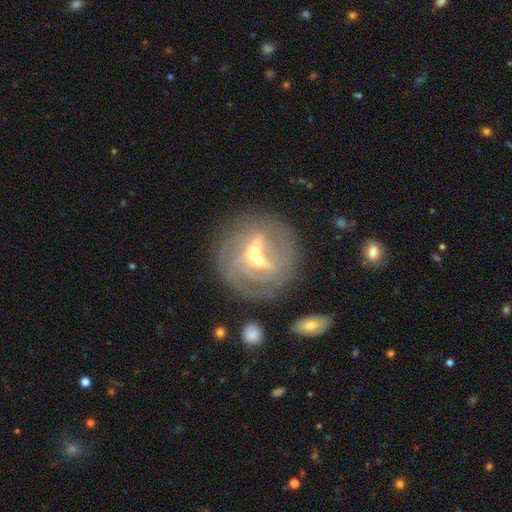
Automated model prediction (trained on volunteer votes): The model was most divided on "bulge size": small: 48%, moderate: 46%, large: 3%, none: 2%, dominant: 1%. Remaining: edge-on disk — no (95%); smooth or featured — featured or disk (76%); spiral arms — yes (73%); spiral winding — tight (59%); merging — none (57%); spiral arm count — can't tell (40%); bar — weak (39%).